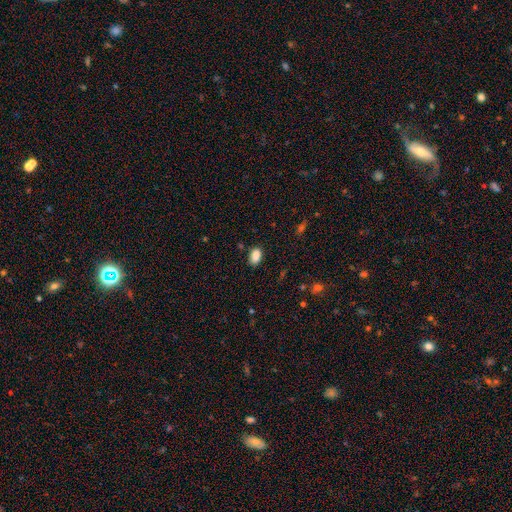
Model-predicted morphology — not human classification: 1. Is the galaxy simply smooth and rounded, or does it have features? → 88% smooth, 9% star or artifact, 3% featured or disk.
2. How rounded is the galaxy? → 90% in between, 9% round, 2% cigar-shaped.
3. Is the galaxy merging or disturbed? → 84% none, 12% minor disturbance, 3% major disturbance, 2% merger.